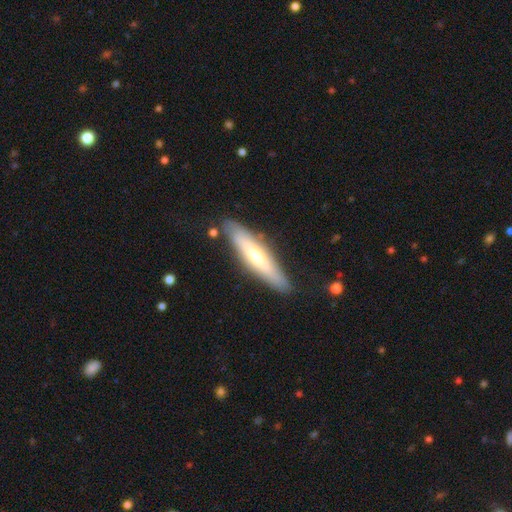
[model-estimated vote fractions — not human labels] Q: Smooth or featured?
A: featured or disk (49%); runner-up: smooth (44%)
Q: Merging?
A: none (82%); runner-up: minor disturbance (14%)